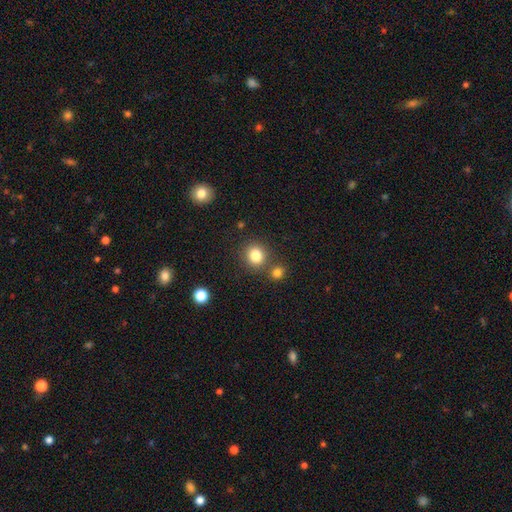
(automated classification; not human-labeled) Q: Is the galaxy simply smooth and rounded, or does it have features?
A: smooth — 82%.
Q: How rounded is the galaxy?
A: round — 85%.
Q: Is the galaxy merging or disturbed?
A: none — 75%.